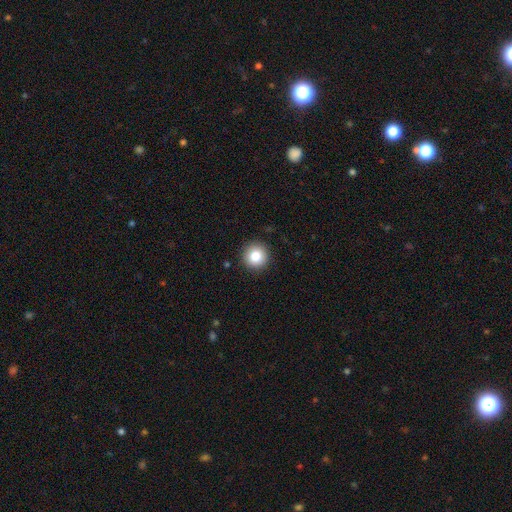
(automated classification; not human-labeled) A smooth galaxy with no disk features (84%) that is round (95%).

Vote fractions:
- Smooth or featured? smooth: 84% / star or artifact: 10% / featured or disk: 6%
- How rounded? round: 95% / in between: 4% / cigar-shaped: 1%
- Merging? none: 92% / minor disturbance: 6% / major disturbance: 2% / merger: 1%